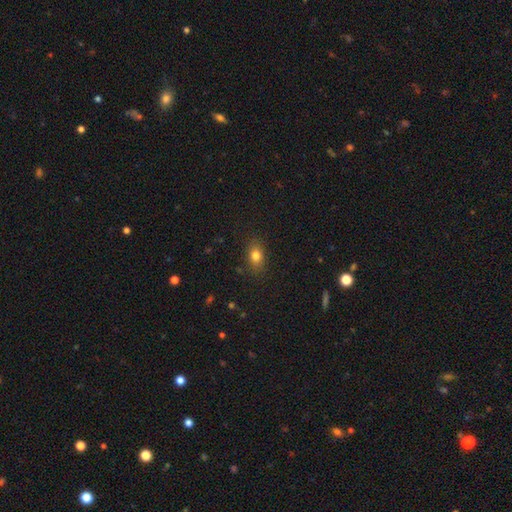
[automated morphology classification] Smooth or featured?
  - smooth: 80% *
  - star or artifact: 11%
  - featured or disk: 9%
How rounded?
  - in between: 72% *
  - round: 26%
  - cigar-shaped: 3%
Merging?
  - none: 84% *
  - minor disturbance: 11%
  - major disturbance: 3%
  - merger: 1%